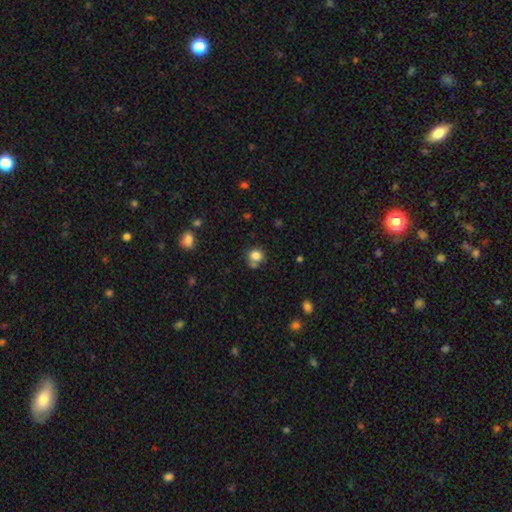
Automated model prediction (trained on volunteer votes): smooth 82%, star or artifact 11%, featured or disk 7%. Down the decision tree: how rounded — round (85%); merging — none (63%).